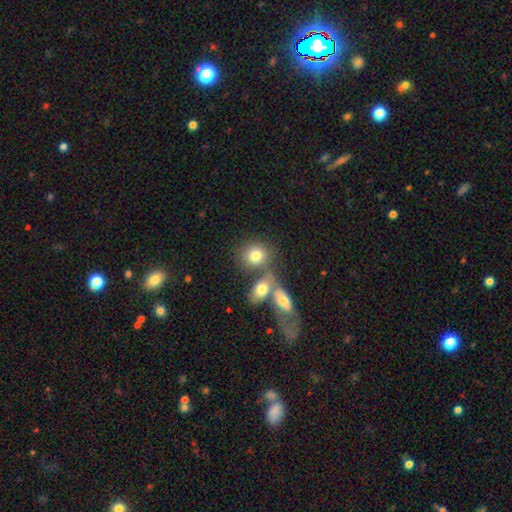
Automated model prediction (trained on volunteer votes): A smooth galaxy with no disk features (76%) that is round (67%). Merging: none (48%).